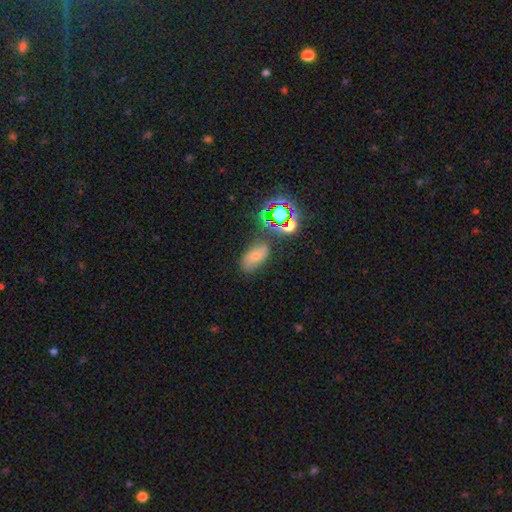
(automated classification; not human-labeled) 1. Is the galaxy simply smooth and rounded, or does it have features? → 55% smooth, 25% featured or disk, 20% star or artifact.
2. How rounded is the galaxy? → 87% in between, 10% round, 3% cigar-shaped.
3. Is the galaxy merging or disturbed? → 67% none, 20% minor disturbance, 7% major disturbance, 6% merger.